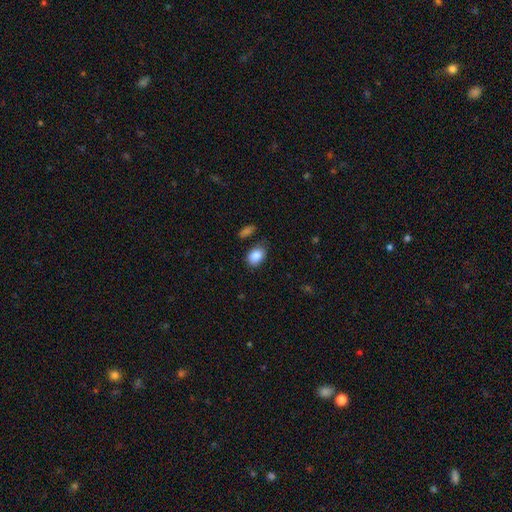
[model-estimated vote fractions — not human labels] smooth-or-featured: smooth: 87% | star or artifact: 8% | featured or disk: 5%
  how-rounded: in between: 78% | round: 21% | cigar-shaped: 1%
  merging: none: 76% | minor disturbance: 16% | major disturbance: 4% | merger: 4%